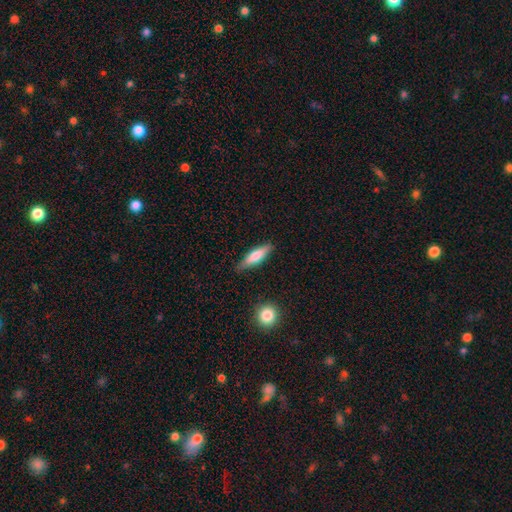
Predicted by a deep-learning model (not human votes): This appears to be a smooth galaxy with no disk features (69%) that is cigar-shaped (66%). Merging: none (81%).